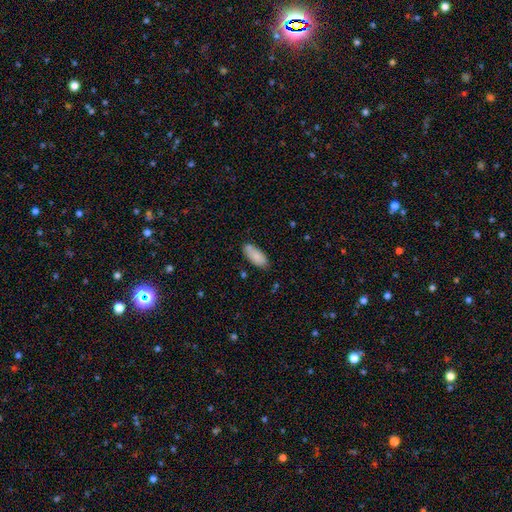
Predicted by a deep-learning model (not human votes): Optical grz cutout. It shows a smooth galaxy with no disk features (86%) that is in between round and cigar-shaped (84%). Merging: none (72%).